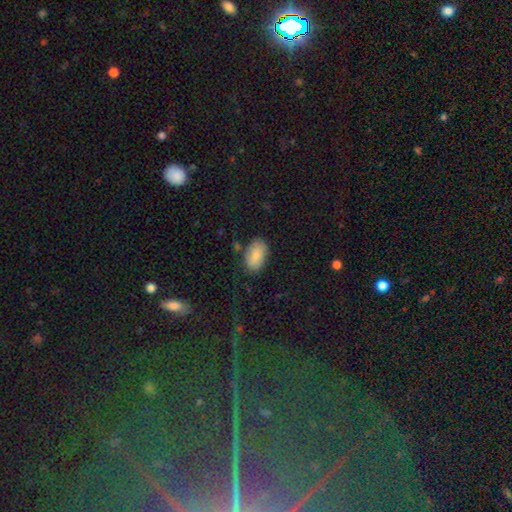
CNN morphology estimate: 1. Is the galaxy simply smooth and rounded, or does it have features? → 85% smooth, 8% featured or disk, 7% star or artifact.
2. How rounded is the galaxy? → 93% in between, 5% round, 2% cigar-shaped.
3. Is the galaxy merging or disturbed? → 74% none, 18% minor disturbance, 5% major disturbance, 3% merger.